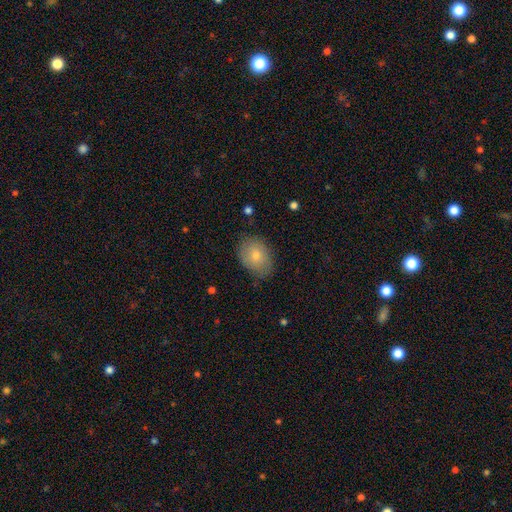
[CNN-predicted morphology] smooth 76%, featured or disk 17%, star or artifact 7%. Down the decision tree: how rounded — in between (67%); merging — none (74%).